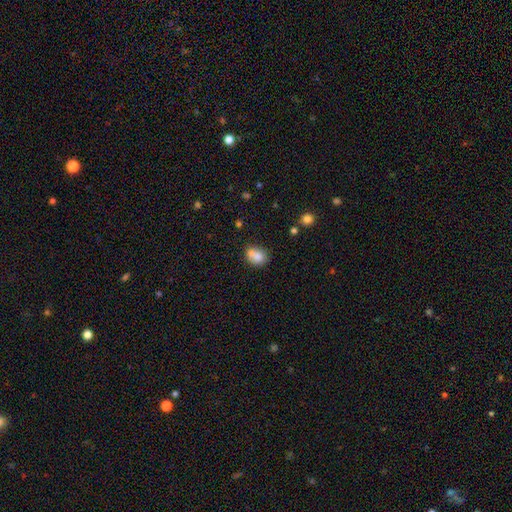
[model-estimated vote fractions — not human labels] A smooth galaxy with no disk features (77%) that is in between round and cigar-shaped (52%). Merging: merger (45%).